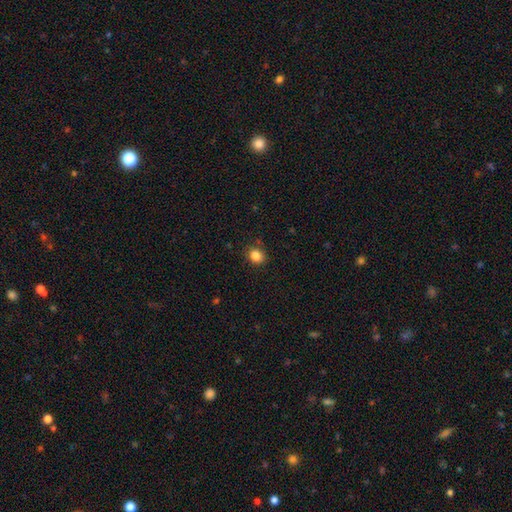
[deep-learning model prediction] Smooth or featured?
  - smooth: 85% *
  - star or artifact: 11%
  - featured or disk: 4%
How rounded?
  - round: 63% *
  - in between: 36%
  - cigar-shaped: 1%
Merging?
  - none: 86% *
  - minor disturbance: 10%
  - major disturbance: 3%
  - merger: 2%